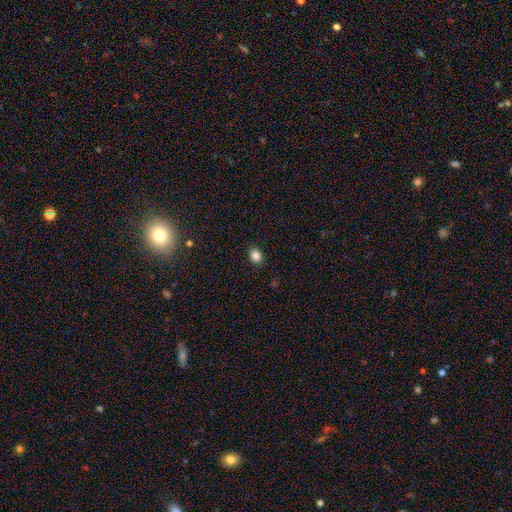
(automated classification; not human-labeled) Smooth or featured? smooth (84%)
How rounded? in between (58%)
Merging? none (88%)